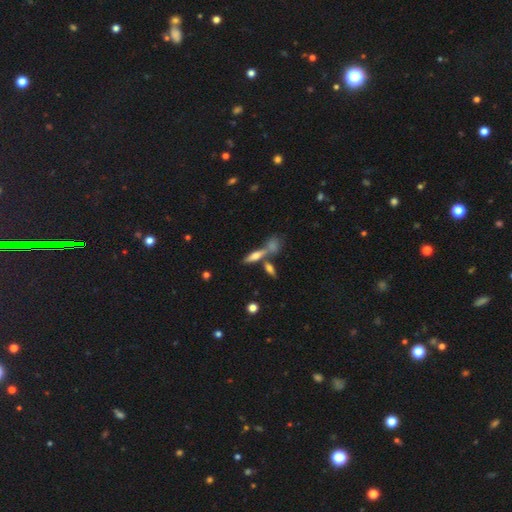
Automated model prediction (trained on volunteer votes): smooth_or_featured: smooth (p=0.47) [alt: featured or disk p=0.43]
merging: none (p=0.56) [alt: merger p=0.29]